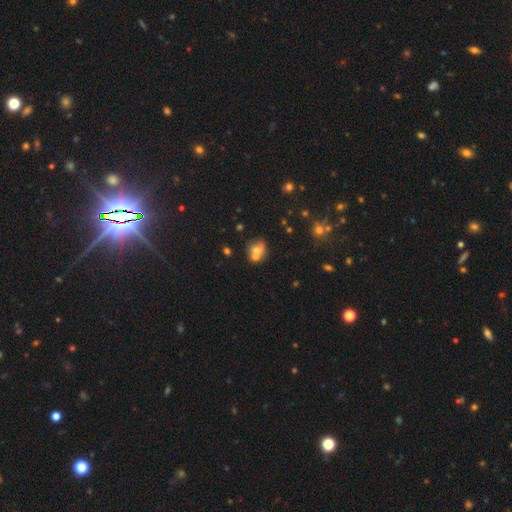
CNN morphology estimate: smooth 61%, featured or disk 25%, star or artifact 14%. Down the decision tree: how rounded — round (61%); merging — merger (46%).